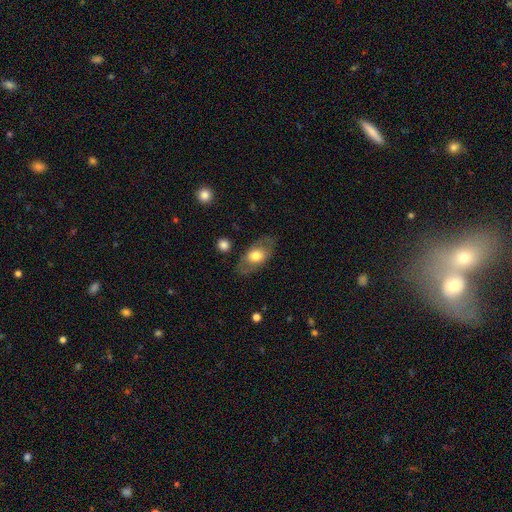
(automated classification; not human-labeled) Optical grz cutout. It shows a smooth galaxy with no disk features (58%) that is in between round and cigar-shaped (86%). Merging: none (77%).